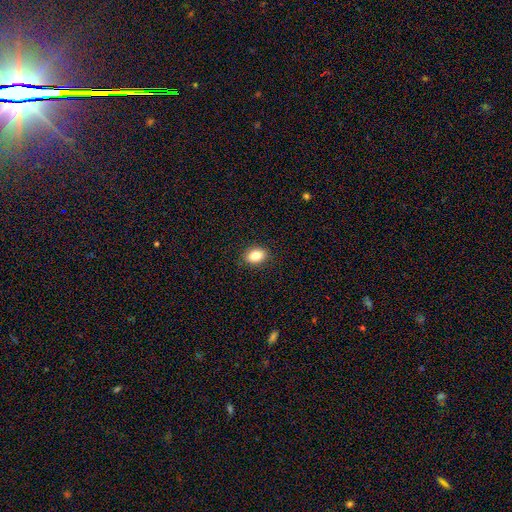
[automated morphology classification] A smooth galaxy with no disk features (84%) that is in between round and cigar-shaped (79%).

Vote fractions:
- Smooth or featured? smooth: 84% / star or artifact: 9% / featured or disk: 8%
- How rounded? in between: 79% / round: 19% / cigar-shaped: 1%
- Merging? none: 89% / minor disturbance: 8% / major disturbance: 2% / merger: 1%